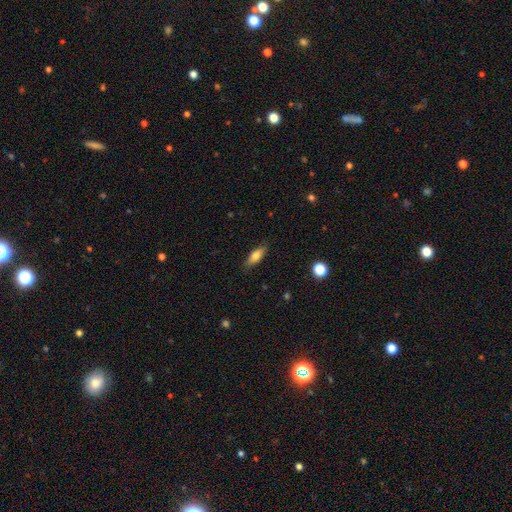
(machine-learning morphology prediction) smooth 72%, featured or disk 21%, star or artifact 7%. Down the decision tree: how rounded — in between (66%); merging — none (84%).